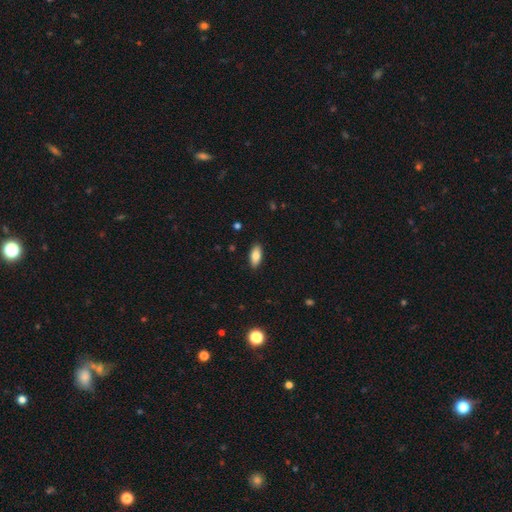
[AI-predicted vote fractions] smooth_or_featured: smooth (p=0.83) [alt: featured or disk p=0.10]
how_rounded: in between (p=0.87) [alt: cigar-shaped p=0.11]
merging: none (p=0.88) [alt: minor disturbance p=0.09]